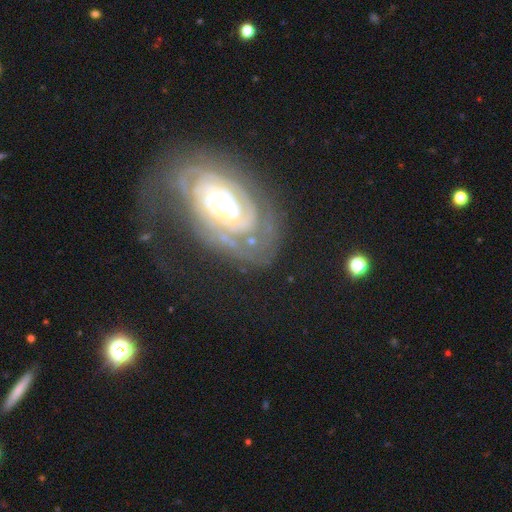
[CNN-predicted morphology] Smooth or featured?
  - featured or disk: 86% *
  - smooth: 8%
  - star or artifact: 6%
Edge-on disk?
  - no: 96% *
  - yes: 4%
Bar?
  - no: 50% *
  - weak: 34%
  - strong: 17%
Spiral arms?
  - yes: 93% *
  - no: 7%
Spiral winding?
  - tight: 73% *
  - medium: 21%
  - loose: 6%
Spiral arm count?
  - can't tell: 35% *
  - 2: 33%
  - 3: 13%
  - 4: 7%
  - 1: 6%
  - more than 4: 5%
Bulge size?
  - moderate: 51% *
  - small: 38%
  - large: 8%
  - none: 2%
  - dominant: 2%
Merging?
  - none: 62% *
  - minor disturbance: 20%
  - major disturbance: 16%
  - merger: 2%